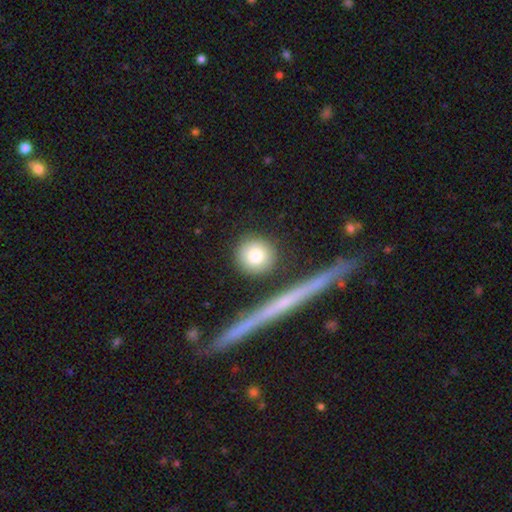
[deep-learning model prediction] A smooth galaxy with no disk features (80%) that is round (91%).

Vote fractions:
- Smooth or featured? smooth: 80% / featured or disk: 12% / star or artifact: 8%
- How rounded? round: 91% / in between: 7% / cigar-shaped: 2%
- Merging? none: 84% / minor disturbance: 8% / merger: 5% / major disturbance: 3%